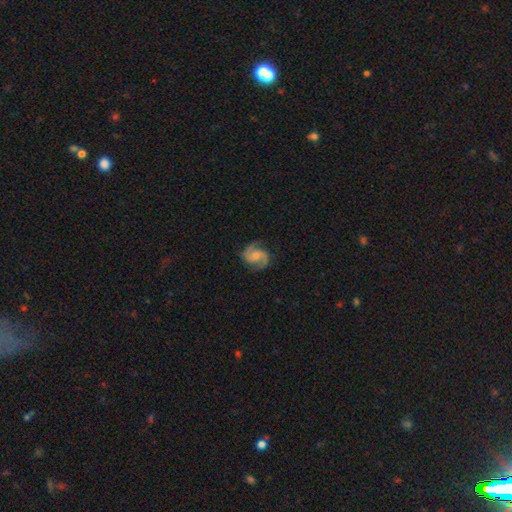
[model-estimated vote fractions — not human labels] Morphology: type=featured or disk (90%); edge-on=no (98%); bar=no (50%); spiral arms=yes (98%); winding=medium (60%); arm count=2 (93%); bulge=small (38%); merging=none (82%).